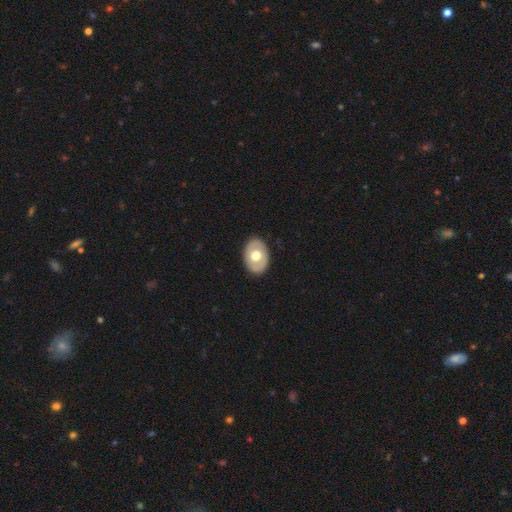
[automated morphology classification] Smooth or featured? Predicted: smooth (p=0.55). How rounded? Predicted: in between (p=0.77). Merging? Predicted: none (p=0.87).